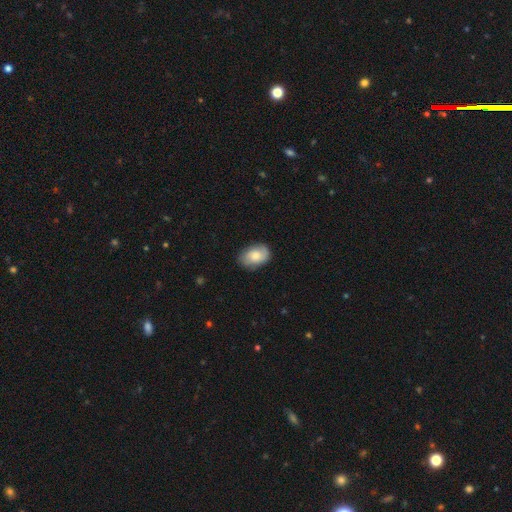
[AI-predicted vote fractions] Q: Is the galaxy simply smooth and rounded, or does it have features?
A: smooth — 68%.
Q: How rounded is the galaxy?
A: in between — 82%.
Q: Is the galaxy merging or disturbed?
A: none — 77%.